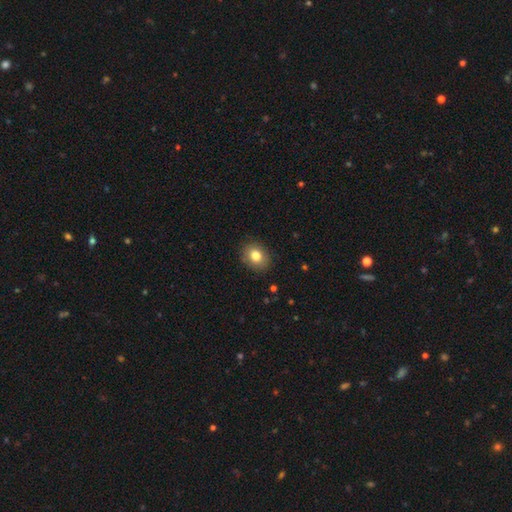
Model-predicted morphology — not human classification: A smooth galaxy with no disk features (81%) that is in between round and cigar-shaped (52%). Merging: none (87%).